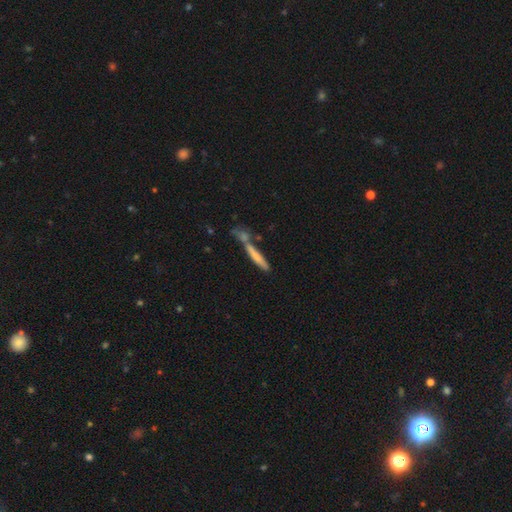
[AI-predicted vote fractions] A smooth galaxy with no disk features (67%) that is cigar-shaped (91%). Merging: none (51%).